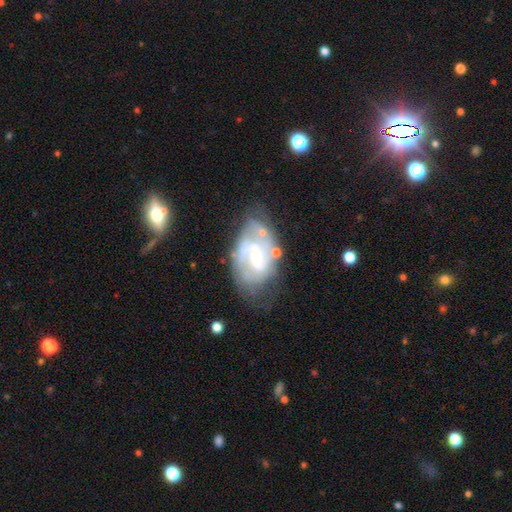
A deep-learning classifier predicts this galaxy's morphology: Overall: featured or disk (81%). Edge-on disk: no (97%). Bar: no (54%; weak 38%). Spiral arms: yes (88%). Spiral arm count: 2 (47%; can't tell 31%). Spiral winding: tight (51%; medium 38%). Bulge size: small (70%). Merging: none (56%; minor disturbance 25%).